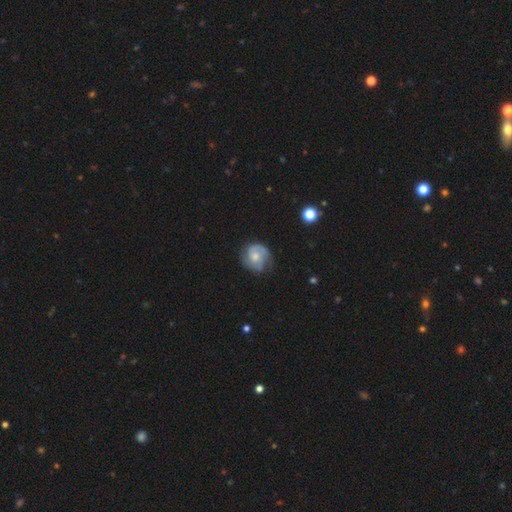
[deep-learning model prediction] Morphology: type=featured or disk (58%); edge-on=no (98%); bar=no (75%); spiral arms=yes (86%); bulge=moderate (53%); merging=none (62%).